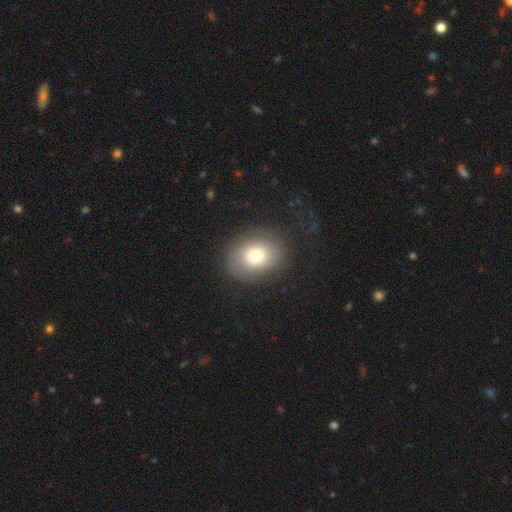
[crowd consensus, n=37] smooth_or_featured: smooth (p=0.73) [alt: featured or disk p=0.22]
how_rounded: round (p=0.63) [alt: in between p=0.37]
merging: none (p=0.80) [alt: major disturbance p=0.17]